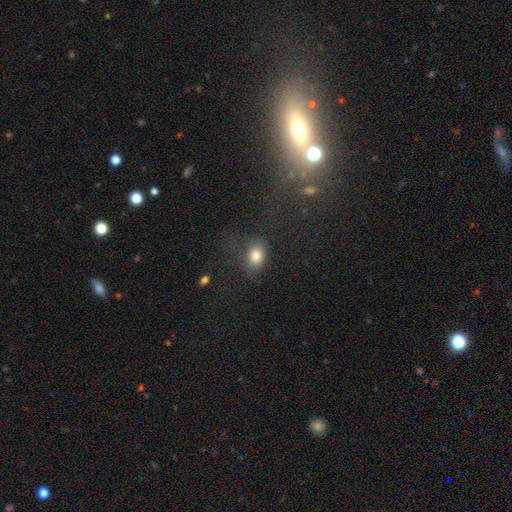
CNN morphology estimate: Smooth or featured: smooth — 81% (star or artifact — 11%)
How rounded: in between — 68% (round — 30%)
Merging: none — 62% (minor disturbance — 21%)